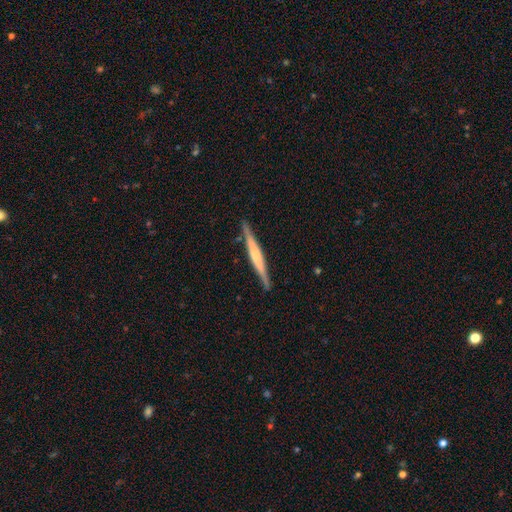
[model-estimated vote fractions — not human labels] Morphology: type=featured or disk (63%); edge-on=yes (98%); edge-on bulge=rounded (36%); merging=none (89%).